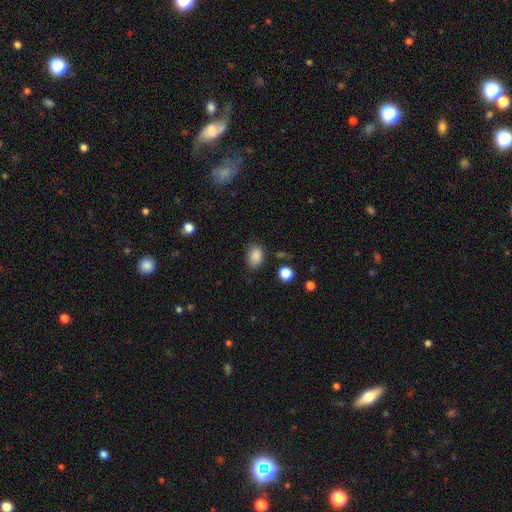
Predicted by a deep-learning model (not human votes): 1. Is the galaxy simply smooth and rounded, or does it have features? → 86% smooth, 9% star or artifact, 4% featured or disk.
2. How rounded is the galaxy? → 78% in between, 21% round, 1% cigar-shaped.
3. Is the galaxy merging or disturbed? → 78% none, 16% minor disturbance, 4% major disturbance, 3% merger.